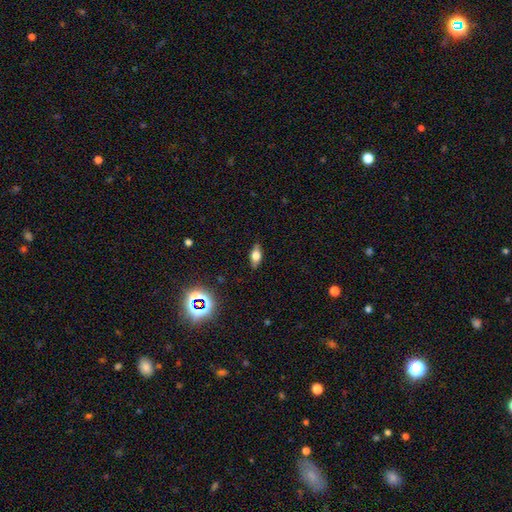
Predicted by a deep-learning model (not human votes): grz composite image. It shows a smooth galaxy with no disk features (57%) that is in between round and cigar-shaped (78%). Merging: none (86%).